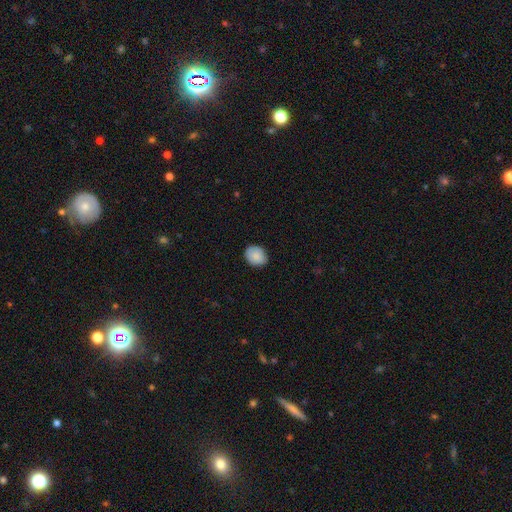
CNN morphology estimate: Overall: smooth (86%). How rounded: round (54%; in between 45%). Merging: none (81%).